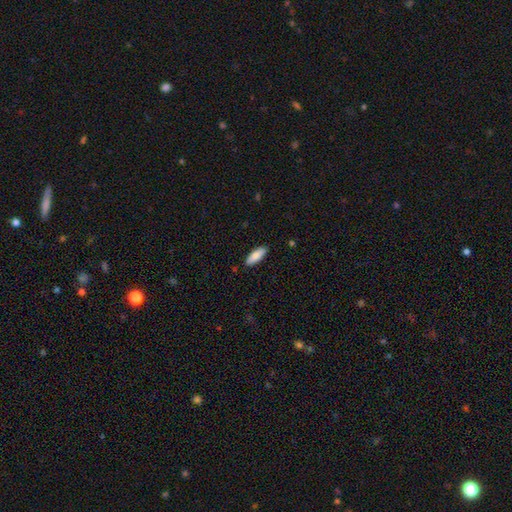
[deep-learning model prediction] This appears to be a smooth galaxy with no disk features (86%) that is in between round and cigar-shaped (66%). Merging: none (88%).